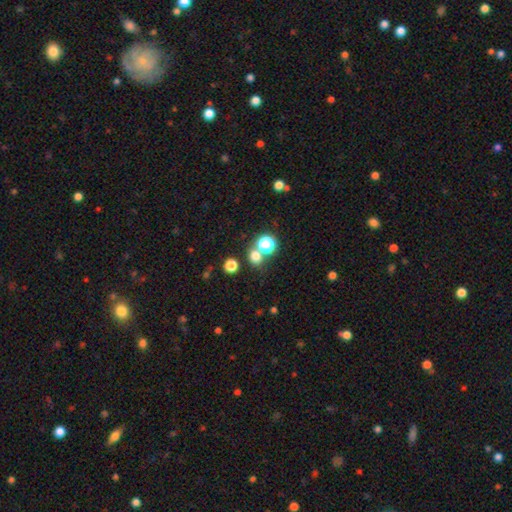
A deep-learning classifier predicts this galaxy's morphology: smooth-or-featured: smooth: 70% | star or artifact: 23% | featured or disk: 7%
  how-rounded: round: 78% | in between: 21% | cigar-shaped: 1%
  merging: none: 67% | merger: 22% | minor disturbance: 8% | major disturbance: 4%